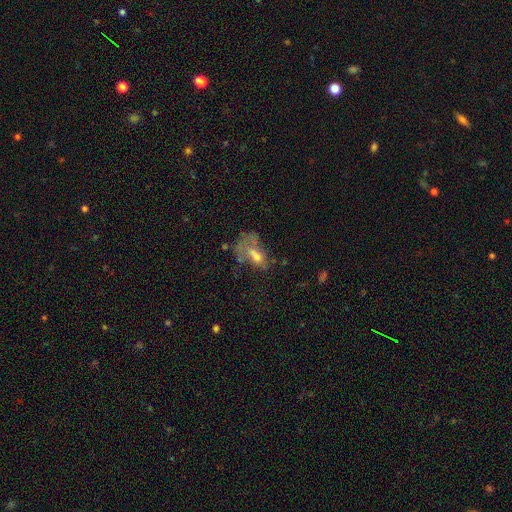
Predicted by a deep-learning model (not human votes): Smooth or featured? Predicted: featured or disk (p=0.44). Merging? Predicted: major disturbance (p=0.40).